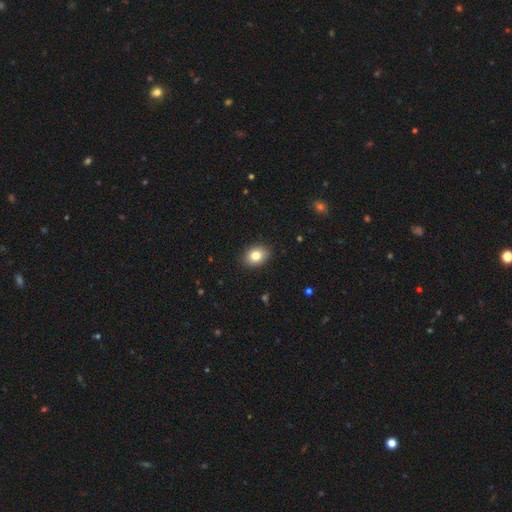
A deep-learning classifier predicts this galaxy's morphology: Smooth or featured?
  - smooth: 83% *
  - star or artifact: 9%
  - featured or disk: 9%
How rounded?
  - in between: 67% *
  - round: 32%
  - cigar-shaped: 1%
Merging?
  - none: 90% *
  - minor disturbance: 8%
  - major disturbance: 2%
  - merger: 1%